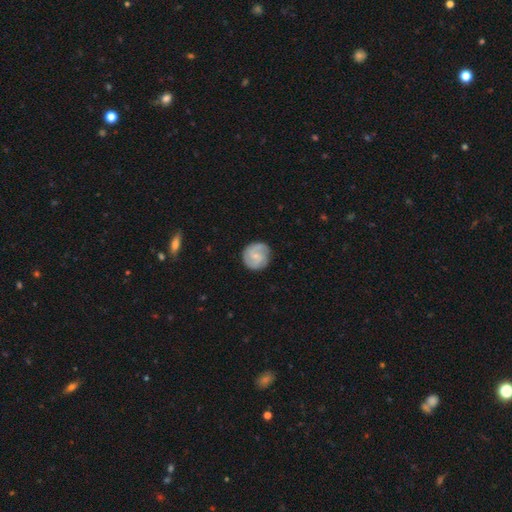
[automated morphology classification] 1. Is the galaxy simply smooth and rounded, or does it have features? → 68% featured or disk, 27% smooth, 5% star or artifact.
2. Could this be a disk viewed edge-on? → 98% no, 2% yes.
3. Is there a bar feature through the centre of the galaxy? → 48% weak, 43% no, 8% strong.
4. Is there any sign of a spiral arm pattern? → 94% yes, 6% no.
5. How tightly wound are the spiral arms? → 44% medium, 42% tight, 14% loose.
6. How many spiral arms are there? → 58% 2, 19% 3, 14% can't tell, 3% 1, 3% 4, 3% more than 4.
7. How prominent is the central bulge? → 64% small, 22% moderate, 12% none, 1% large, 1% dominant.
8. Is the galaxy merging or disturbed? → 82% none, 13% minor disturbance, 3% major disturbance, 1% merger.